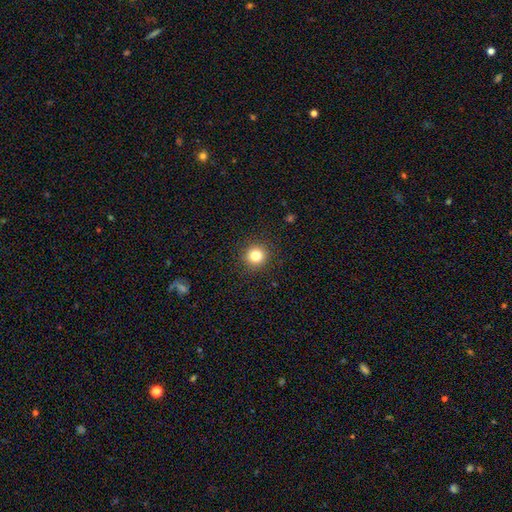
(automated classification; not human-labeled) Smooth or featured? Predicted: smooth (p=0.81). How rounded? Predicted: round (p=0.94). Merging? Predicted: none (p=0.91).